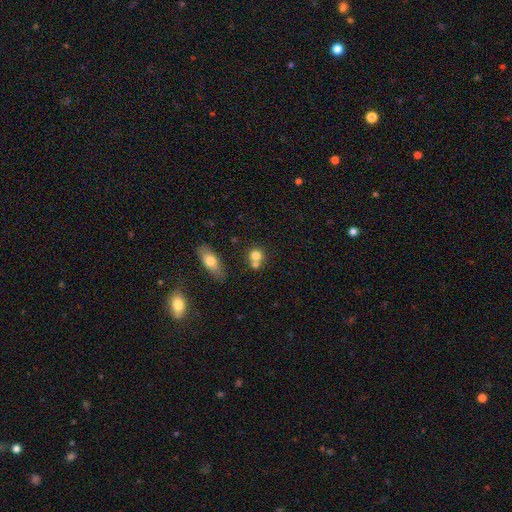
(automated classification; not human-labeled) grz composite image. It shows a smooth galaxy with no disk features (75%) that is round (82%). Merging: none (44%, tied with merger).